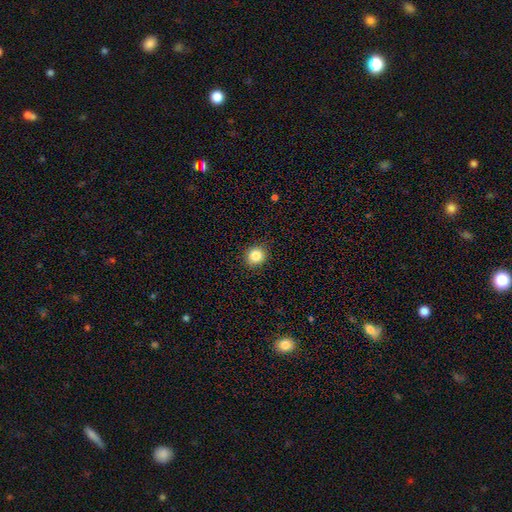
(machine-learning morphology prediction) Smooth or featured? Predicted: smooth (p=0.83). How rounded? Predicted: round (p=0.86). Merging? Predicted: none (p=0.91).